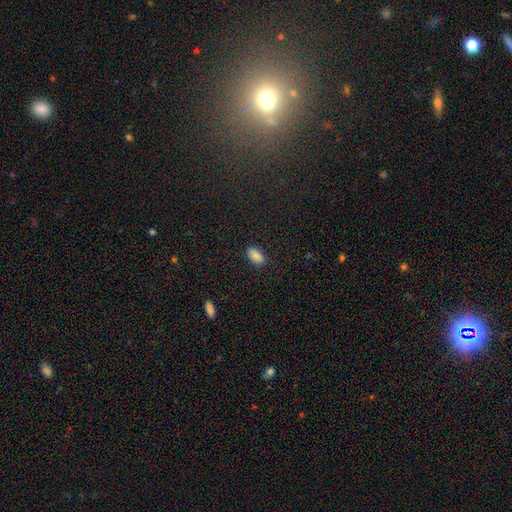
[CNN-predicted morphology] A smooth galaxy with no disk features (84%) that is in between round and cigar-shaped (93%). Merging: none (86%).